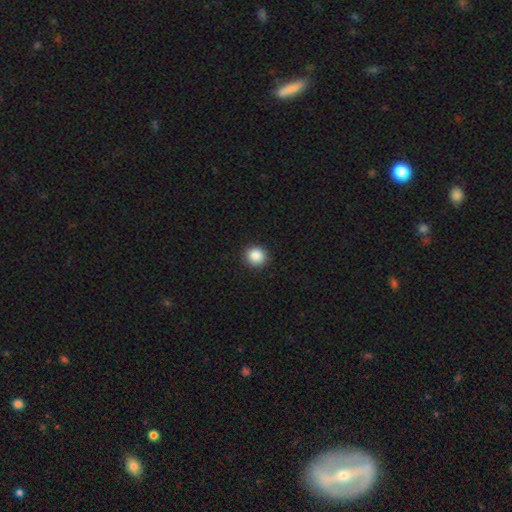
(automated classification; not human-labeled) This is clearly a smooth galaxy (88%). How rounded: clearly round (92%). Merging: clearly none (92%).